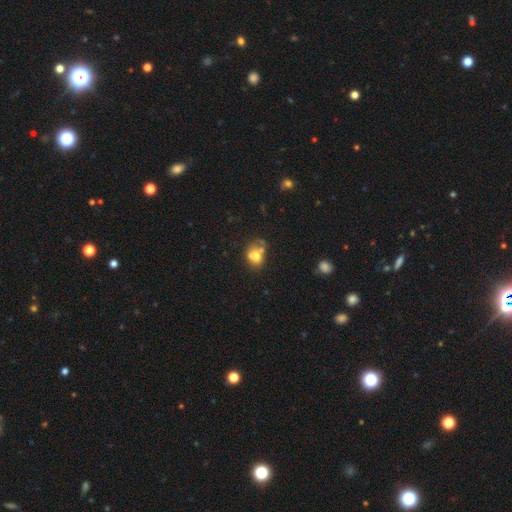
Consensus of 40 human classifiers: smooth_or_featured: smooth (p=0.62) [alt: featured or disk p=0.28]
how_rounded: round (p=0.56) [alt: in between p=0.44]
merging: none (p=0.67) [alt: minor disturbance p=0.14]